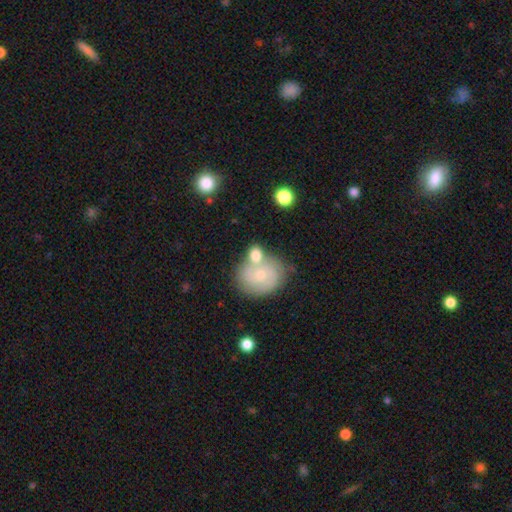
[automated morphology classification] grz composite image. It shows a smooth galaxy with no disk features (55%) that is round (51%). Merging: merger (43%).